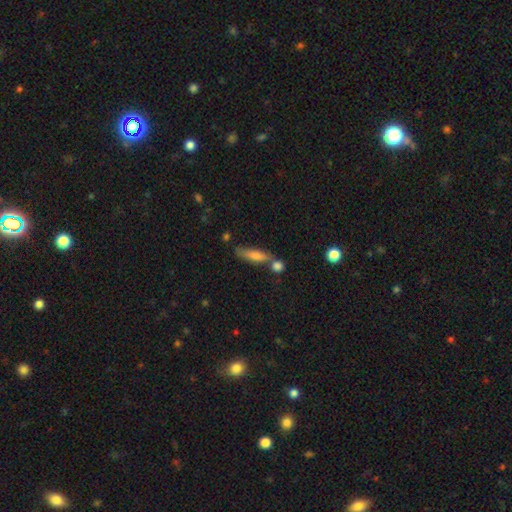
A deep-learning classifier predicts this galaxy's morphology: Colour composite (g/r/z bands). It shows a smooth galaxy with no disk features (66%) that is cigar-shaped (70%). Merging: none (57%).